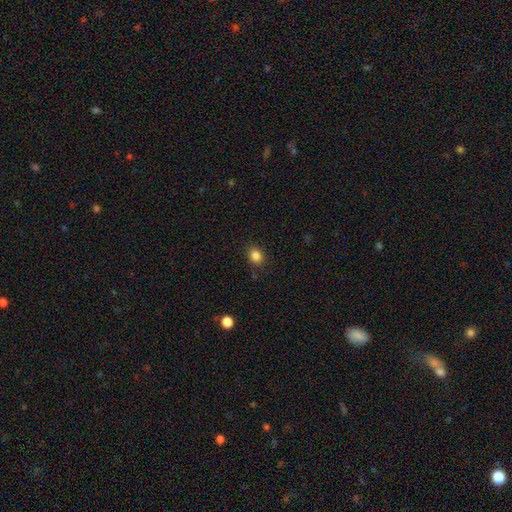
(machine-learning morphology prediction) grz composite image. It shows a smooth galaxy with no disk features (84%) that is round (56%). Merging: none (86%).